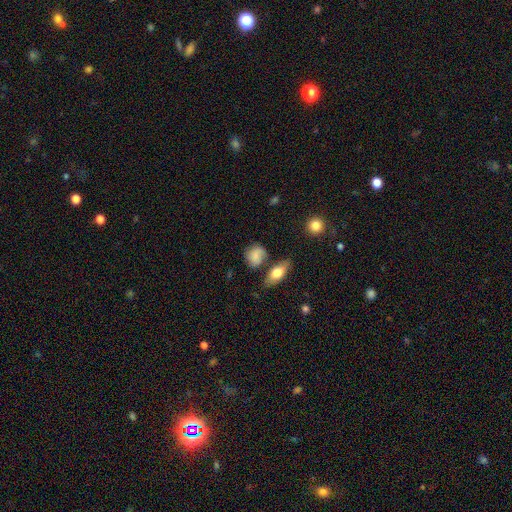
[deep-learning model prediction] smooth-or-featured: smooth: 77% | featured or disk: 14% | star or artifact: 9%
  how-rounded: round: 60% | in between: 38% | cigar-shaped: 2%
  merging: none: 59% | minor disturbance: 24% | merger: 10% | major disturbance: 8%